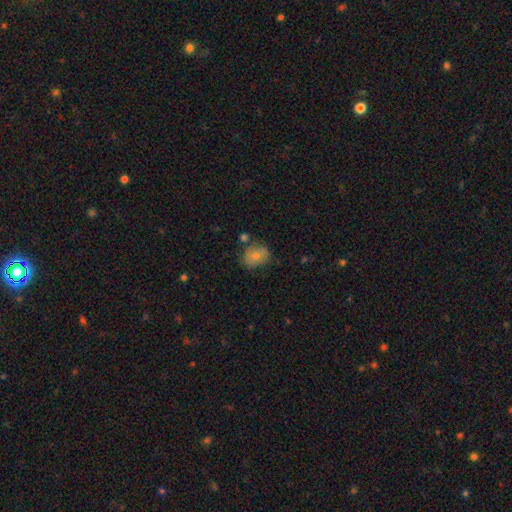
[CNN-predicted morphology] Smooth or featured? Predicted: smooth (p=0.73). How rounded? Predicted: round (p=0.50). Merging? Predicted: none (p=0.61).